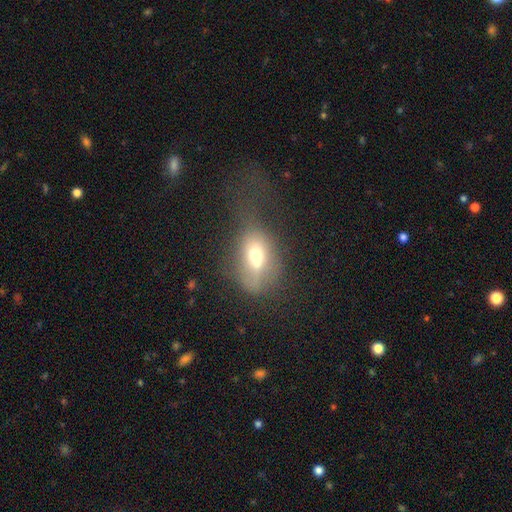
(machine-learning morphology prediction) Smooth or featured? Predicted: smooth (p=0.59). How rounded? Predicted: in between (p=0.74). Merging? Predicted: major disturbance (p=0.35).